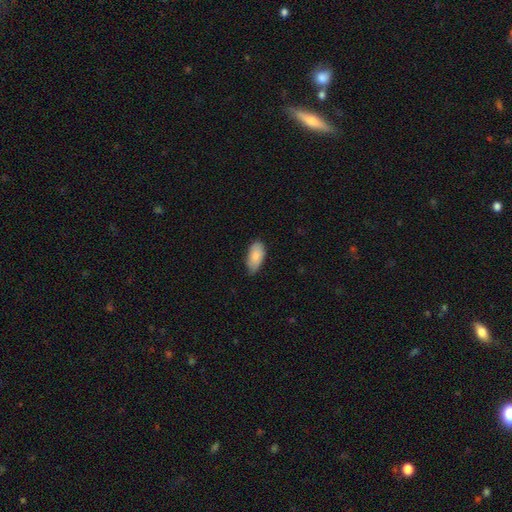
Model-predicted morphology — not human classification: Smooth or featured? smooth (84%)
How rounded? in between (93%)
Merging? none (70%)